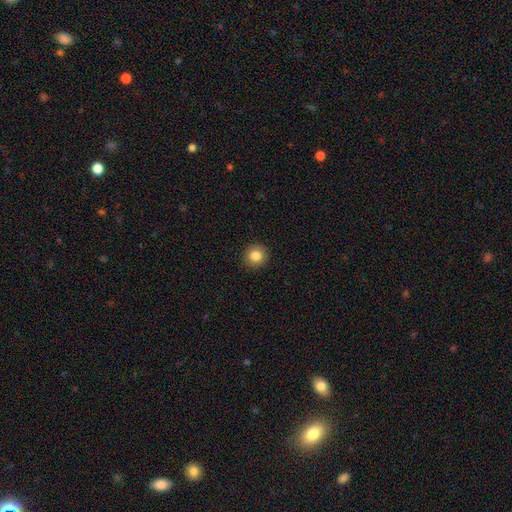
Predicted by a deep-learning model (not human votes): smooth-or-featured: smooth: 83% | star or artifact: 10% | featured or disk: 6%
  how-rounded: round: 93% | in between: 6% | cigar-shaped: 1%
  merging: none: 93% | minor disturbance: 5% | major disturbance: 2% | merger: 1%